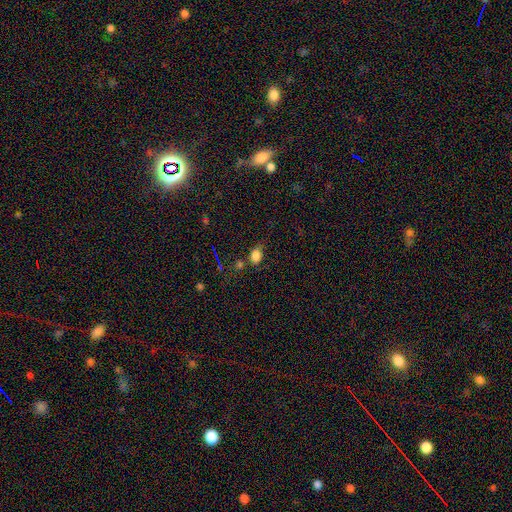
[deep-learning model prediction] Smooth or featured?
  - smooth: 81% *
  - star or artifact: 13%
  - featured or disk: 6%
How rounded?
  - in between: 69% *
  - round: 29%
  - cigar-shaped: 2%
Merging?
  - none: 51% *
  - minor disturbance: 27%
  - major disturbance: 12%
  - merger: 10%